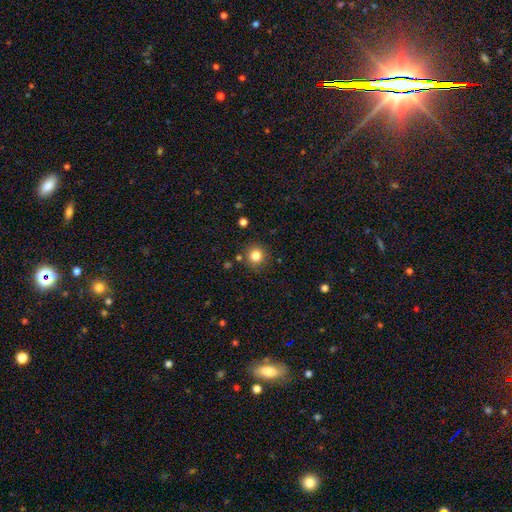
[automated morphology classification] Q: Smooth or featured?
A: smooth (83%); runner-up: star or artifact (12%)
Q: How rounded?
A: round (93%); runner-up: in between (6%)
Q: Merging?
A: none (85%); runner-up: minor disturbance (9%)